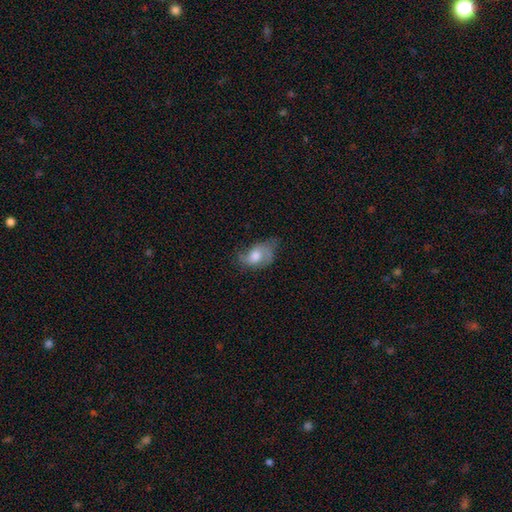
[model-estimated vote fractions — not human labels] A smooth galaxy with no disk features (48%). Merging: none (41%).